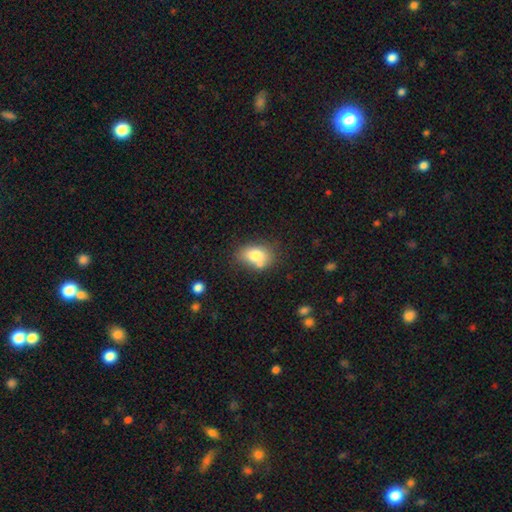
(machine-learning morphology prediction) A smooth galaxy with no disk features (76%) that is in between round and cigar-shaped (77%).

Vote fractions:
- Smooth or featured? smooth: 76% / featured or disk: 15% / star or artifact: 9%
- How rounded? in between: 77% / round: 22% / cigar-shaped: 1%
- Merging? none: 59% / minor disturbance: 20% / merger: 16% / major disturbance: 5%